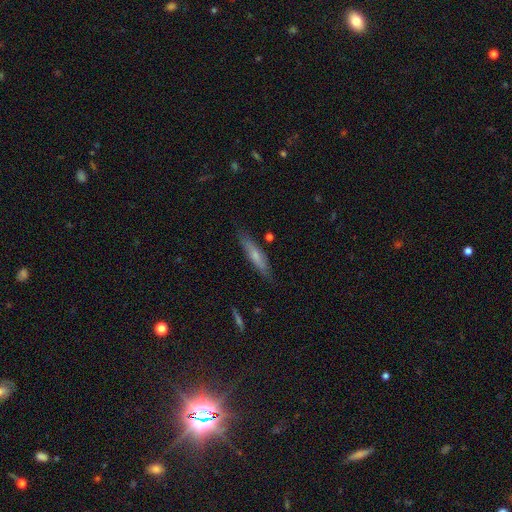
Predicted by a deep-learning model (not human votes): Overall: smooth (55%; featured or disk 39%). How rounded: cigar-shaped (84%). Merging: none (81%).